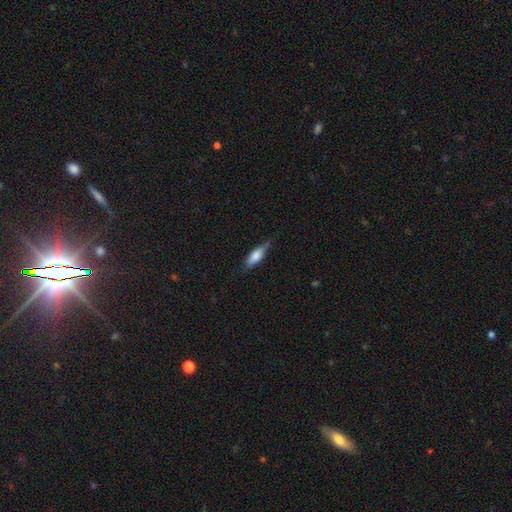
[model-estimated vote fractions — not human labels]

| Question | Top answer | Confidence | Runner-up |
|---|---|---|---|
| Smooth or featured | smooth | 69% | featured or disk (25%) |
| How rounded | in between | 56% | cigar-shaped (41%) |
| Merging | none | 69% | minor disturbance (24%) |